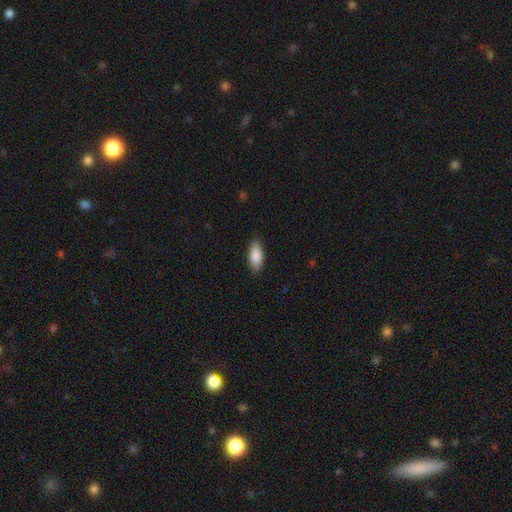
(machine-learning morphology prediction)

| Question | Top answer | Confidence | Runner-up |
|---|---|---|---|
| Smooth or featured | smooth | 87% | featured or disk (7%) |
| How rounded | in between | 83% | cigar-shaped (15%) |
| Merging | none | 87% | minor disturbance (10%) |